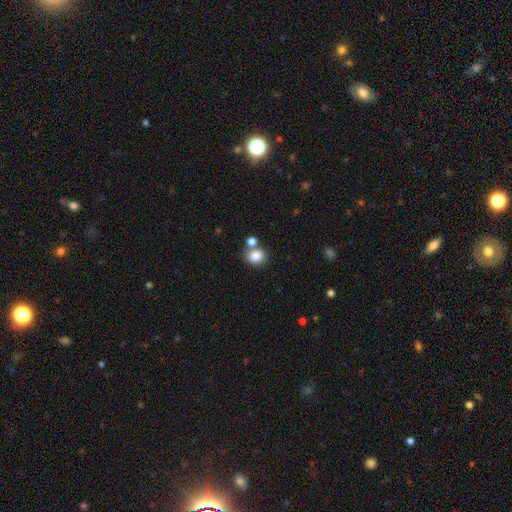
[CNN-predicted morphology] Smooth or featured: smooth — 84% (star or artifact — 10%)
How rounded: round — 60% (in between — 39%)
Merging: none — 59% (merger — 27%)